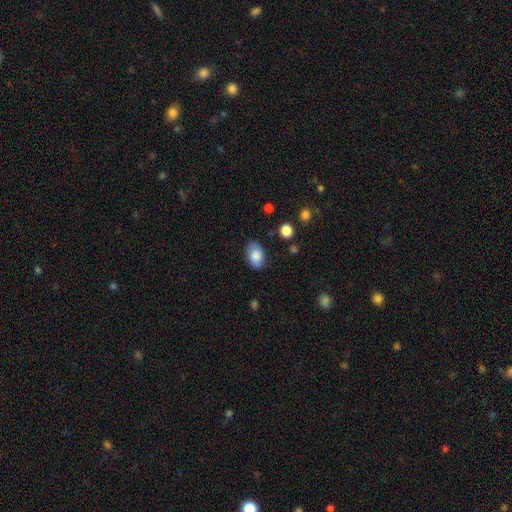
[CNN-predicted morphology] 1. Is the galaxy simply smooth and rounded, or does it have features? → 80% smooth, 12% featured or disk, 7% star or artifact.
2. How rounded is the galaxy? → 88% in between, 11% round, 1% cigar-shaped.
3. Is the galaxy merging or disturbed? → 80% none, 15% minor disturbance, 3% major disturbance, 1% merger.